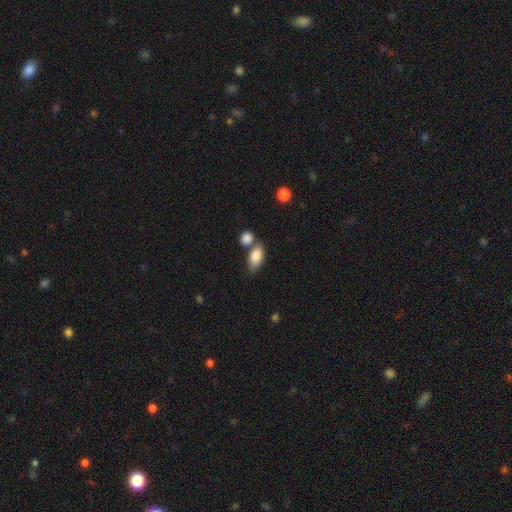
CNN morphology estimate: Q: Smooth or featured?
A: smooth (85%); runner-up: featured or disk (8%)
Q: How rounded?
A: in between (87%); runner-up: cigar-shaped (7%)
Q: Merging?
A: none (50%); runner-up: merger (30%)